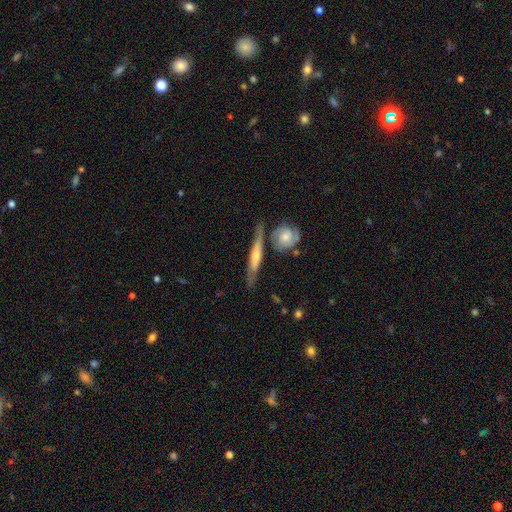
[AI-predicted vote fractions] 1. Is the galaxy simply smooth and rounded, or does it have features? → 67% featured or disk, 28% smooth, 5% star or artifact.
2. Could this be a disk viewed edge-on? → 84% yes, 16% no.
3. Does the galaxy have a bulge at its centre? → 70% rounded, 19% none, 11% boxy.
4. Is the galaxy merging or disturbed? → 70% none, 14% minor disturbance, 12% merger, 4% major disturbance.